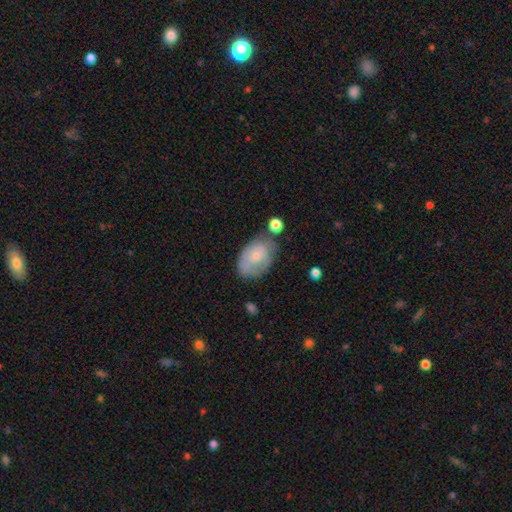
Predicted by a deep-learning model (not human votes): smooth-or-featured: smooth: 64% | featured or disk: 29% | star or artifact: 7%
  how-rounded: in between: 88% | round: 10% | cigar-shaped: 1%
  merging: none: 54% | minor disturbance: 29% | major disturbance: 10% | merger: 7%